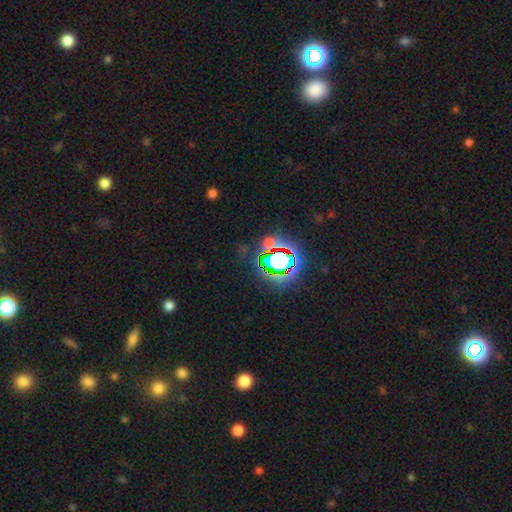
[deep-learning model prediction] star or artifact 79%, smooth 14%, featured or disk 7%.